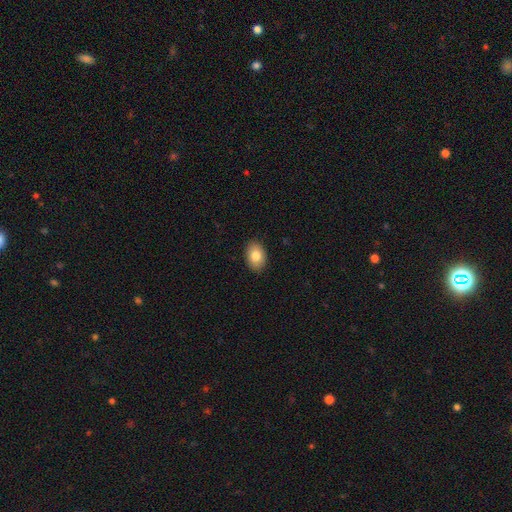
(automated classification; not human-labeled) Morphology: type=smooth (83%); roundness=in between (84%); merging=none (90%).